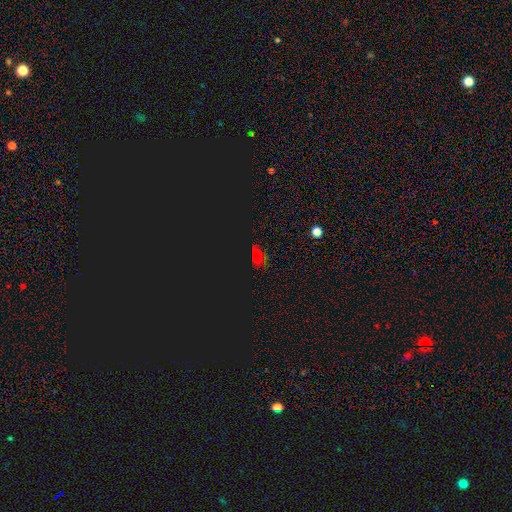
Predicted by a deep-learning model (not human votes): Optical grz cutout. It shows a star or artifact, not a galaxy (58%).